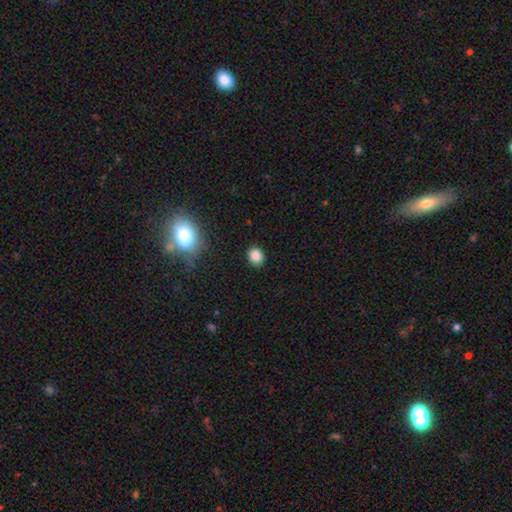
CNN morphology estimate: smooth_or_featured: smooth (p=0.85) [alt: star or artifact p=0.10]
how_rounded: round (p=0.71) [alt: in between p=0.28]
merging: none (p=0.90) [alt: minor disturbance p=0.07]